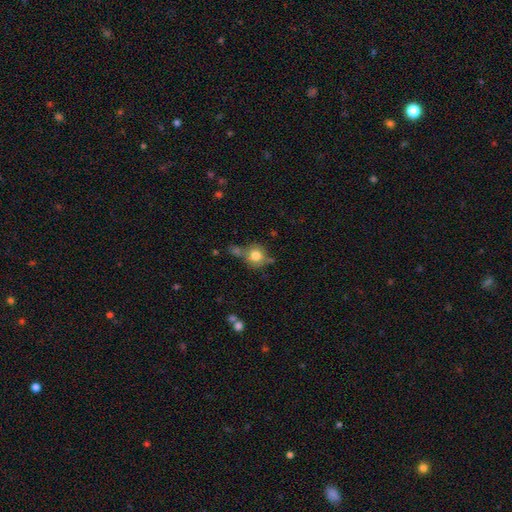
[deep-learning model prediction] Smooth or featured?
  - smooth: 75% *
  - featured or disk: 14%
  - star or artifact: 11%
How rounded?
  - round: 83% *
  - in between: 15%
  - cigar-shaped: 1%
Merging?
  - none: 56% *
  - merger: 19%
  - minor disturbance: 18%
  - major disturbance: 7%